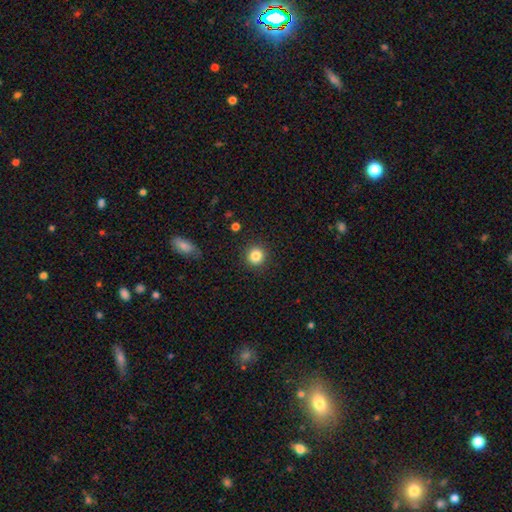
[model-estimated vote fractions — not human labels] A smooth galaxy with no disk features (85%) that is round (92%).

Vote fractions:
- Smooth or featured? smooth: 85% / star or artifact: 10% / featured or disk: 5%
- How rounded? round: 92% / in between: 7% / cigar-shaped: 1%
- Merging? none: 90% / minor disturbance: 6% / major disturbance: 2% / merger: 1%